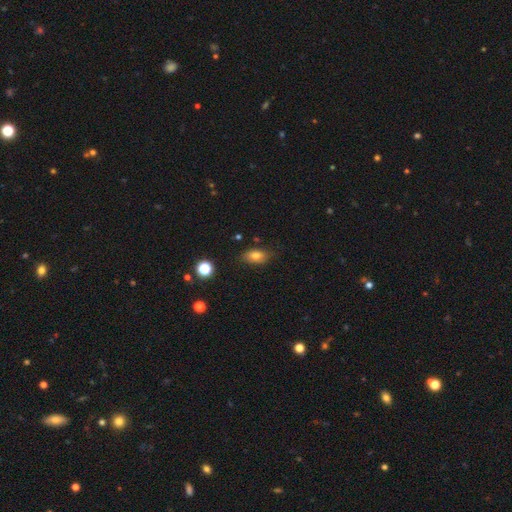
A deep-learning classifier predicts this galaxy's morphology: type=smooth (78%); roundness=in between (84%); merging=none (78%).